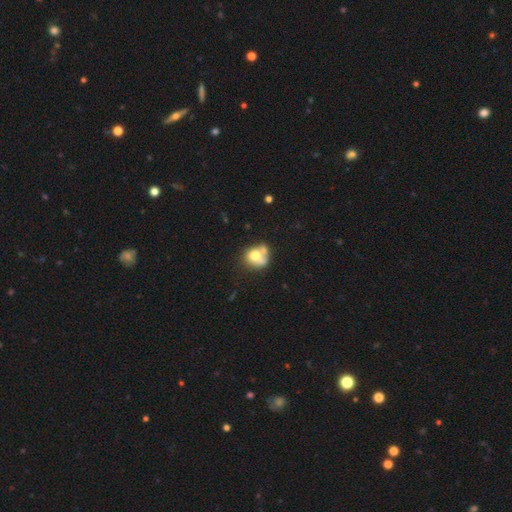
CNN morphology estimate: This appears to be a smooth galaxy with no disk features (66%) that is round (71%). Merging: merger (44%).